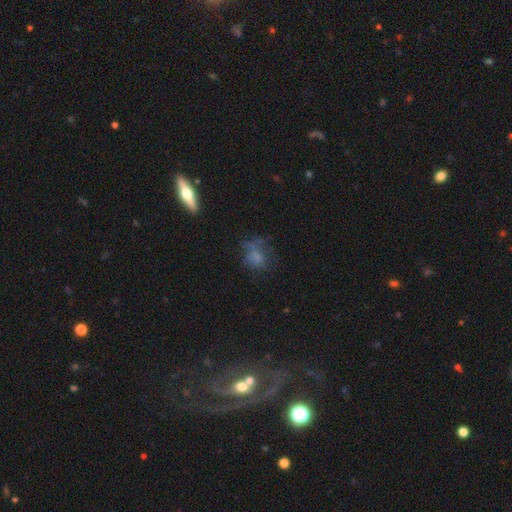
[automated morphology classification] type=smooth (58%); roundness=round (50%); merging=none (44%).